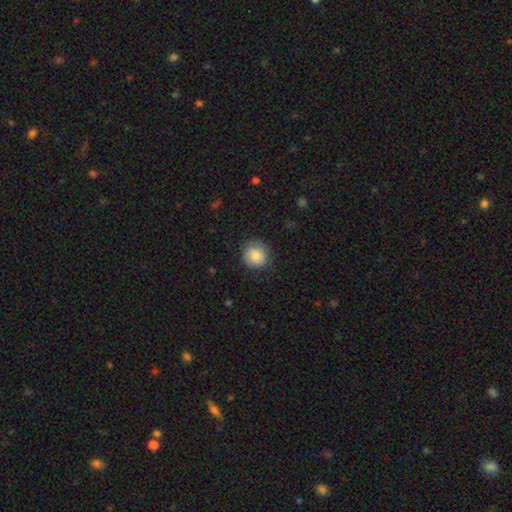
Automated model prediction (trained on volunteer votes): smooth-or-featured: smooth: 87% | star or artifact: 8% | featured or disk: 5%
  how-rounded: round: 91% | in between: 8% | cigar-shaped: 1%
  merging: none: 84% | minor disturbance: 12% | major disturbance: 3% | merger: 1%